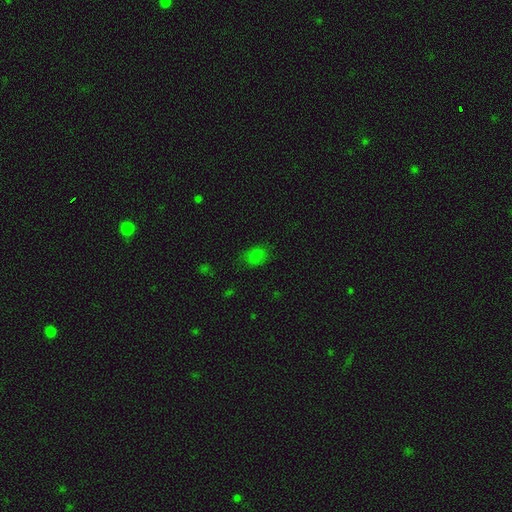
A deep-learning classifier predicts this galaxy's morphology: Smooth or featured? smooth (78%)
How rounded? in between (71%)
Merging? none (72%)